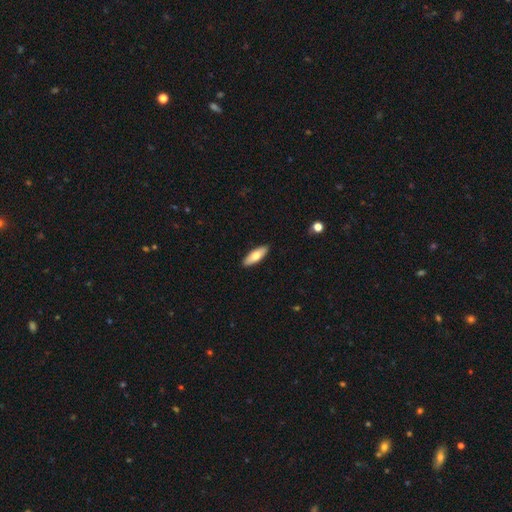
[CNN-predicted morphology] Smooth or featured: smooth — 70% (featured or disk — 24%)
How rounded: in between — 61% (cigar-shaped — 37%)
Merging: none — 90% (minor disturbance — 7%)